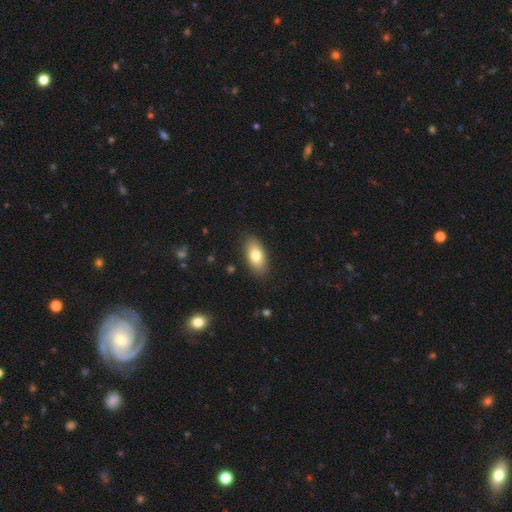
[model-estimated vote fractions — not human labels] Morphology: type=smooth (76%); roundness=in between (89%); merging=none (87%).